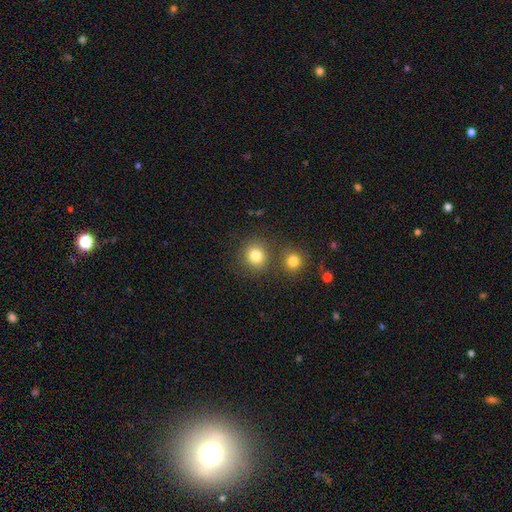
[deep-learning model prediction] This appears to be a smooth galaxy with no disk features (81%) that is round (88%). Merging: none (73%).